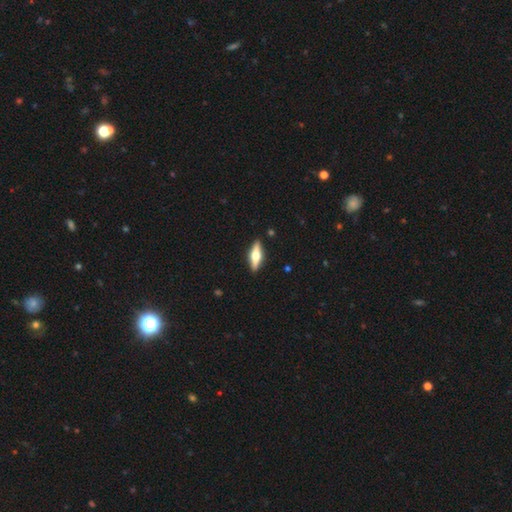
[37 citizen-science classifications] A smooth galaxy with no disk features (49%, tied with featured or disk) that is cigar-shaped (83%).

Vote fractions:
- Smooth or featured? smooth: 49% (tied) / featured or disk: 49% (tied) / star or artifact: 3%
- How rounded? cigar-shaped: 83% / in between: 17% / round: 0%
- Merging? none: 89% / minor disturbance: 6% / major disturbance: 6% / merger: 0%